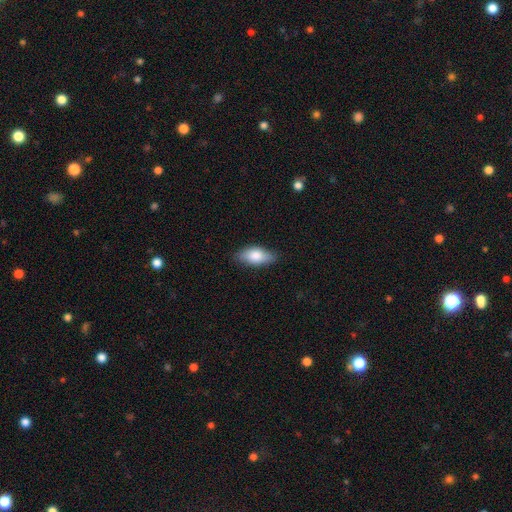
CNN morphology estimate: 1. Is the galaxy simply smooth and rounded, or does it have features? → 80% smooth, 14% featured or disk, 6% star or artifact.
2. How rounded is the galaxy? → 87% in between, 10% cigar-shaped, 3% round.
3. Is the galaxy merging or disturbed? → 82% none, 15% minor disturbance, 3% major disturbance, 1% merger.